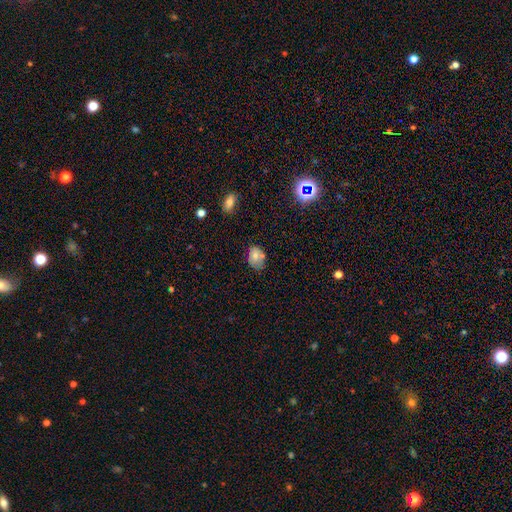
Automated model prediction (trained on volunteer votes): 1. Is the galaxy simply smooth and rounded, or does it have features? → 71% smooth, 16% featured or disk, 12% star or artifact.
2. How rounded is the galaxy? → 72% in between, 27% round, 1% cigar-shaped.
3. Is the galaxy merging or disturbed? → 62% none, 25% minor disturbance, 7% merger, 6% major disturbance.